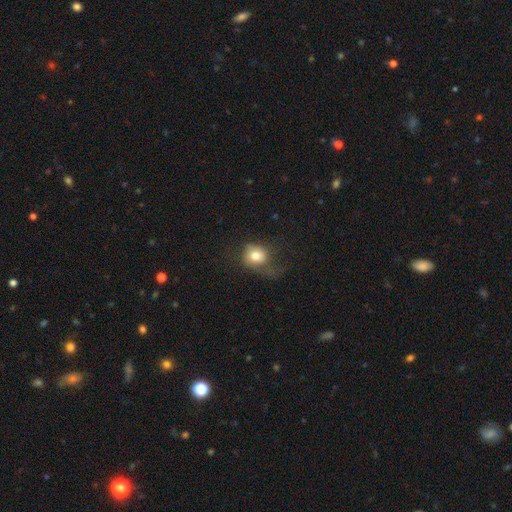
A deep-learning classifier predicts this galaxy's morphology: A smooth galaxy with no disk features (74%) that is round (64%).

Vote fractions:
- Smooth or featured? smooth: 74% / featured or disk: 17% / star or artifact: 8%
- How rounded? round: 64% / in between: 35% / cigar-shaped: 1%
- Merging? major disturbance: 41% / none: 30% / minor disturbance: 26% / merger: 3%